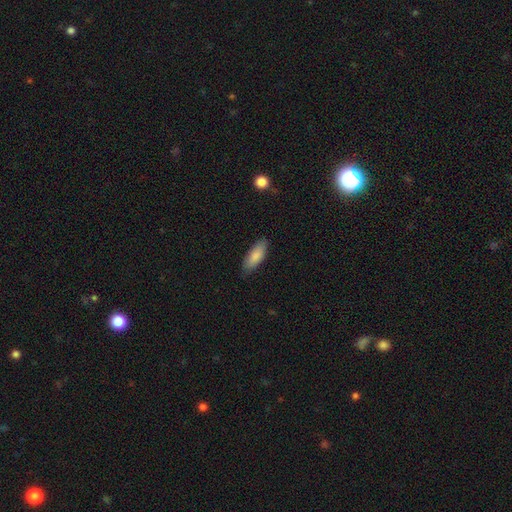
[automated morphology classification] Overall: smooth (86%). How rounded: in between (70%). Merging: none (84%).